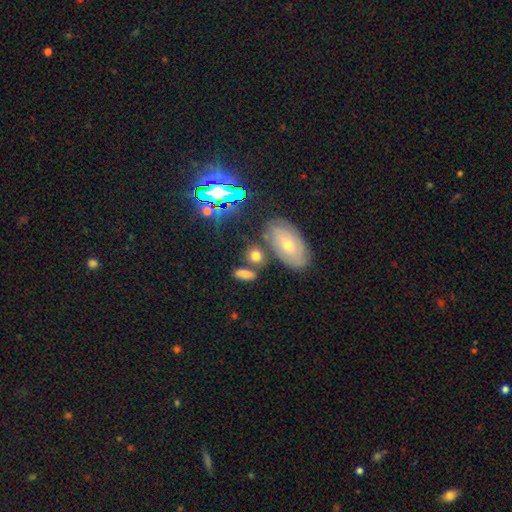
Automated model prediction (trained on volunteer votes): A smooth galaxy with no disk features (69%) that is in between round and cigar-shaped (67%).

Vote fractions:
- Smooth or featured? smooth: 69% / star or artifact: 17% / featured or disk: 14%
- How rounded? in between: 67% / round: 26% / cigar-shaped: 7%
- Merging? none: 69% / merger: 13% / minor disturbance: 13% / major disturbance: 5%